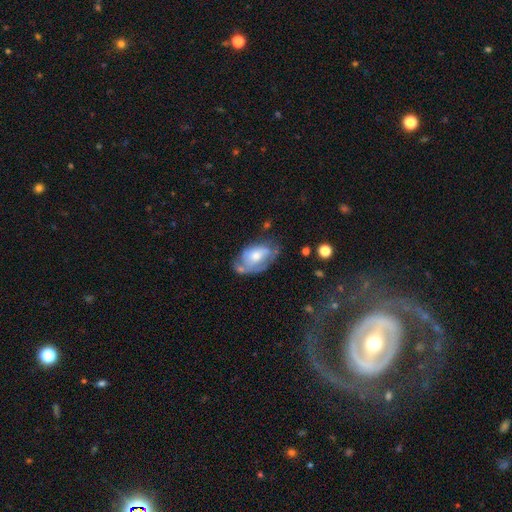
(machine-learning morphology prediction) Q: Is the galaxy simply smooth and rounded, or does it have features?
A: featured or disk — 54%.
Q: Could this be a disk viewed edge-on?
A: no — 93%.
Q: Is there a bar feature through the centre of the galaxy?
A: no — 74%.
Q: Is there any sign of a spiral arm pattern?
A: yes — 62%.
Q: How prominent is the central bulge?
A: moderate — 52%.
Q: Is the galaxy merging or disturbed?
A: none — 44%.